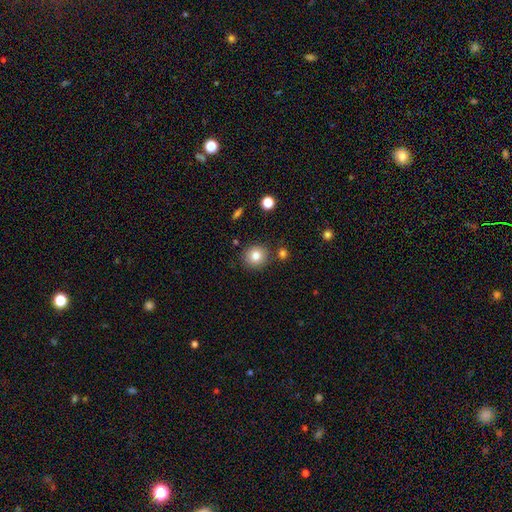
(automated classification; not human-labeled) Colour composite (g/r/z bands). It shows a smooth galaxy with no disk features (82%) that is round (90%). Merging: none (86%).